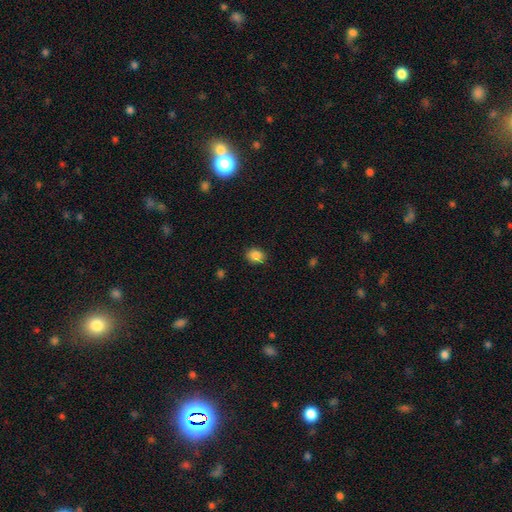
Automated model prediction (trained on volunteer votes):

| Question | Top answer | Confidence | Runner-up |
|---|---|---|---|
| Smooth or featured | smooth | 86% | star or artifact (10%) |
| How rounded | round | 52% | in between (47%) |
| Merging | none | 85% | minor disturbance (11%) |